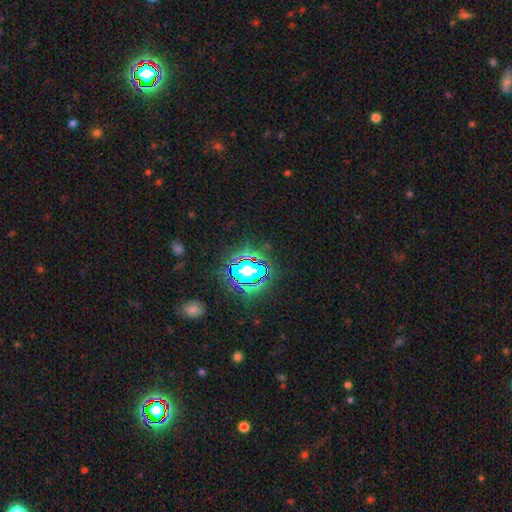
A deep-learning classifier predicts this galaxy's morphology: Smooth or featured? Predicted: star or artifact (p=0.82).